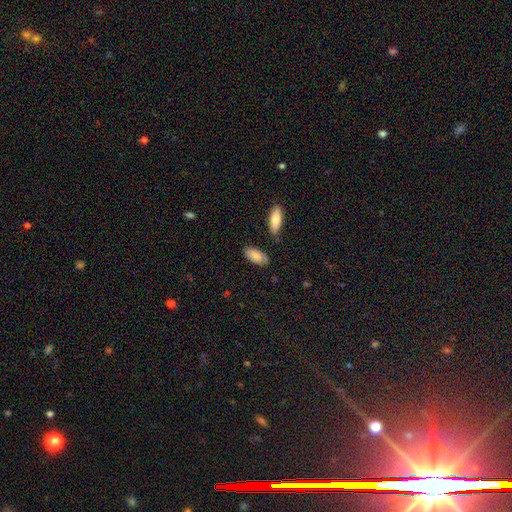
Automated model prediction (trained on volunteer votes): This is clearly a smooth galaxy (84%). How rounded: clearly in between (91%). Merging: clearly none (81%).